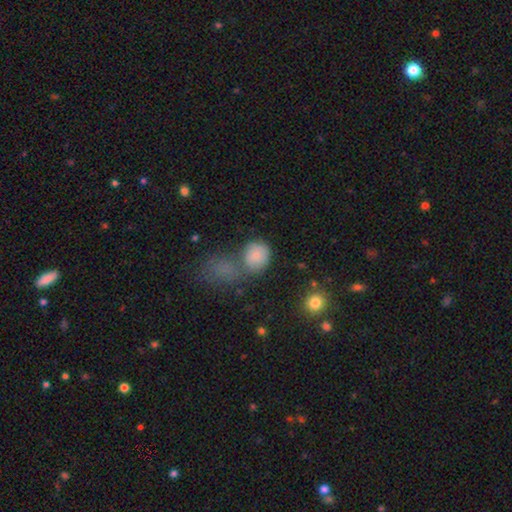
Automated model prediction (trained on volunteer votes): Smooth or featured: smooth — 77% (star or artifact — 11%)
How rounded: round — 67% (in between — 31%)
Merging: none — 44% (merger — 33%)